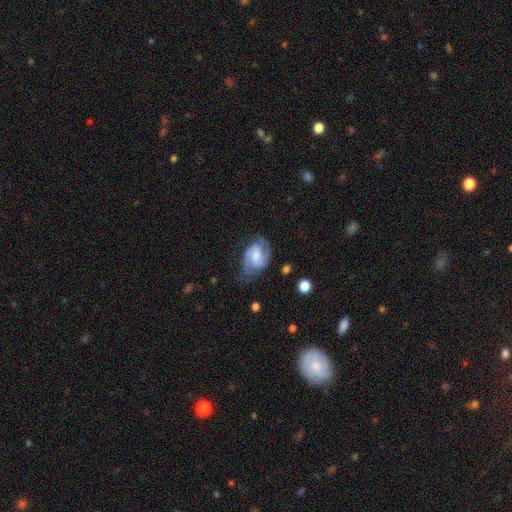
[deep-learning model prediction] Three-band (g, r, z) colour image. It shows a featured or disk galaxy (71%) with a weak bar (53%), 2 (79%) medium (50%) spiral arms (92%) and a moderate central bulge (34%). Merging: none (58%).